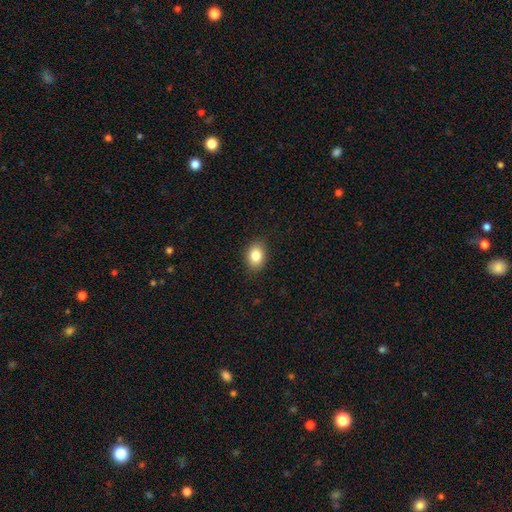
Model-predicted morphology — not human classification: smooth_or_featured: smooth (p=0.84) [alt: star or artifact p=0.09]
how_rounded: in between (p=0.73) [alt: round p=0.26]
merging: none (p=0.88) [alt: minor disturbance p=0.09]